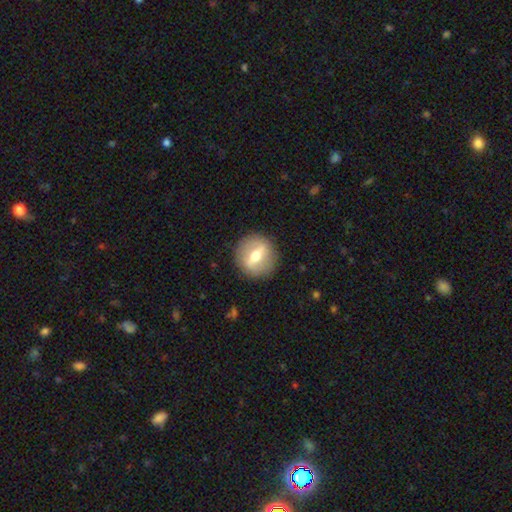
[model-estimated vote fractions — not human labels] Overall: featured or disk (57%; smooth 36%). Edge-on disk: no (74%). Merging: none (87%).